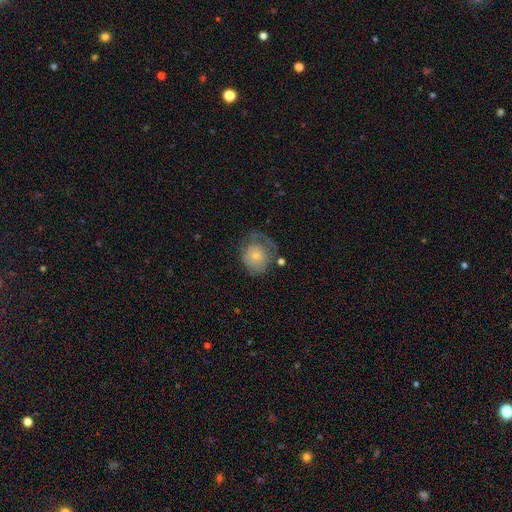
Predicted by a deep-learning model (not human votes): smooth_or_featured: smooth (p=0.62) [alt: featured or disk p=0.30]
how_rounded: round (p=0.74) [alt: in between p=0.25]
merging: none (p=0.38) [alt: major disturbance p=0.29]